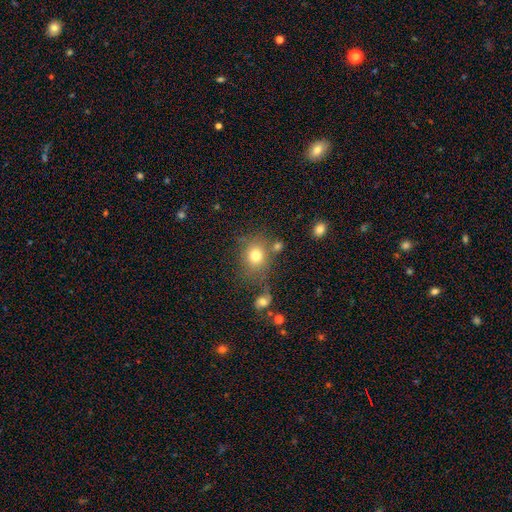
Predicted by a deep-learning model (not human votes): Smooth or featured: smooth — 76% (star or artifact — 12%)
How rounded: round — 69% (in between — 30%)
Merging: none — 65% (minor disturbance — 14%)